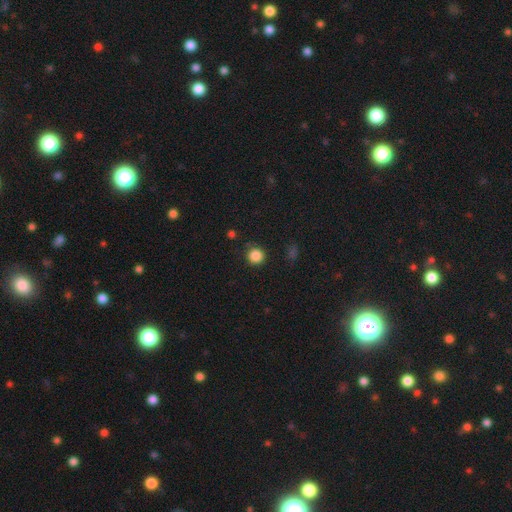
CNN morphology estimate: Smooth or featured?
  - smooth: 85% *
  - star or artifact: 11%
  - featured or disk: 4%
How rounded?
  - round: 94% *
  - in between: 5%
  - cigar-shaped: 1%
Merging?
  - none: 87% *
  - minor disturbance: 9%
  - major disturbance: 3%
  - merger: 2%